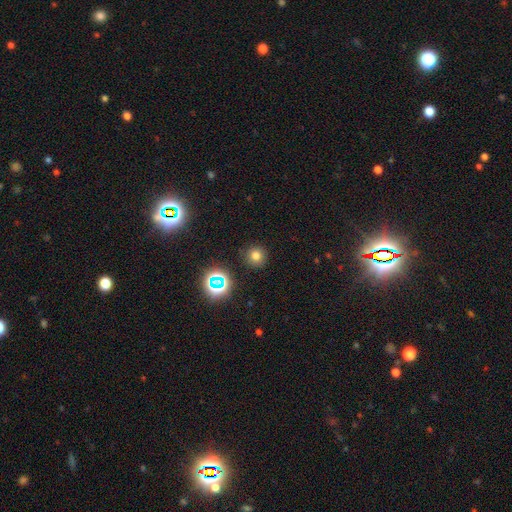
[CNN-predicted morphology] Smooth or featured: smooth — 72% (star or artifact — 21%)
How rounded: round — 93% (in between — 6%)
Merging: none — 89% (minor disturbance — 7%)